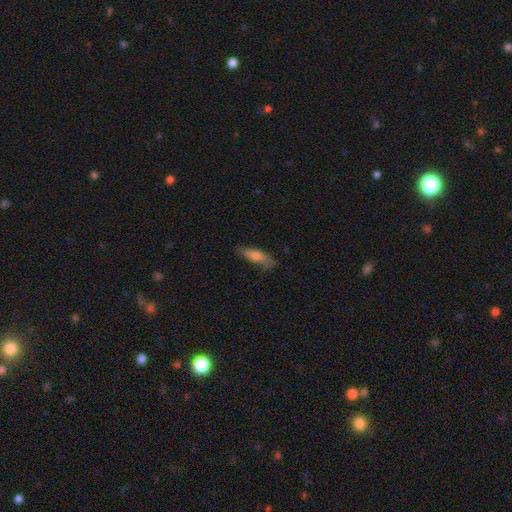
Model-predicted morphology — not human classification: smooth-or-featured: smooth: 69% | featured or disk: 24% | star or artifact: 7%
  how-rounded: cigar-shaped: 59% | in between: 39% | round: 2%
  merging: none: 68% | minor disturbance: 24% | major disturbance: 6% | merger: 2%